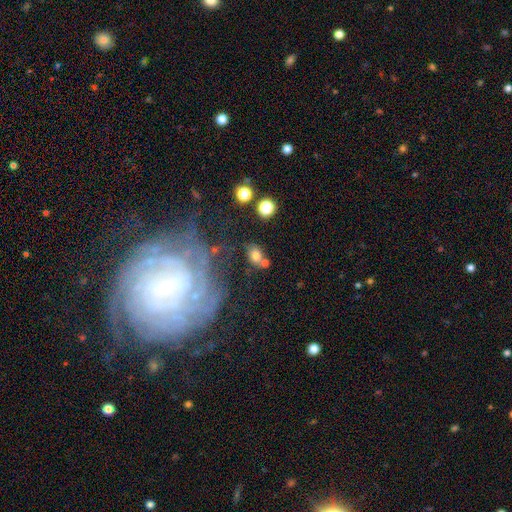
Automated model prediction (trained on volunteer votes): Overall: smooth (68%). How rounded: in between (64%; round 34%). Merging: none (53%; merger 21%).